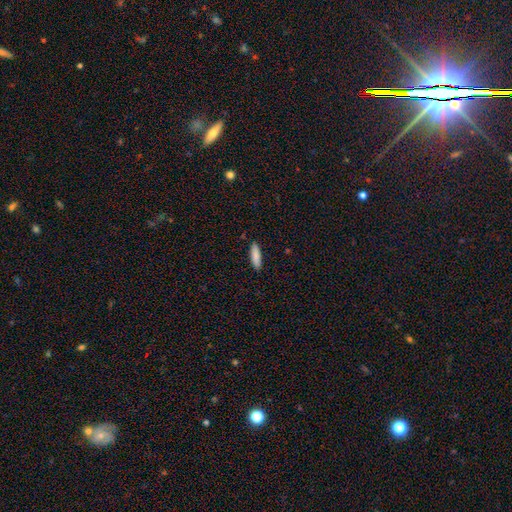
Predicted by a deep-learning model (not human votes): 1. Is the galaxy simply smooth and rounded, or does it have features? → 86% smooth, 8% featured or disk, 6% star or artifact.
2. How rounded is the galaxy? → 66% cigar-shaped, 32% in between, 1% round.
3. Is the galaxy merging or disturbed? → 89% none, 8% minor disturbance, 2% major disturbance, 1% merger.